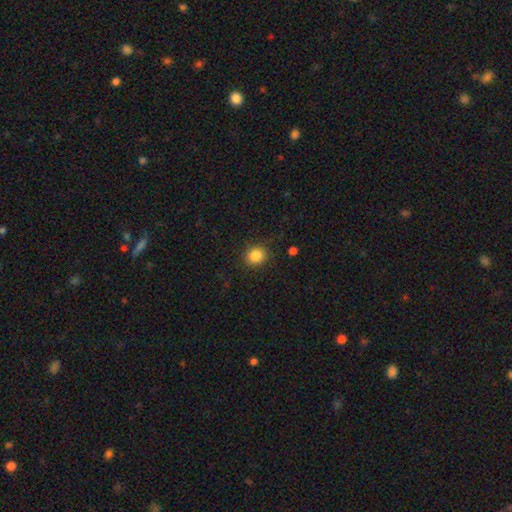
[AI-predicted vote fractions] Q: Smooth or featured?
A: smooth (85%); runner-up: star or artifact (10%)
Q: How rounded?
A: round (80%); runner-up: in between (19%)
Q: Merging?
A: none (87%); runner-up: minor disturbance (9%)